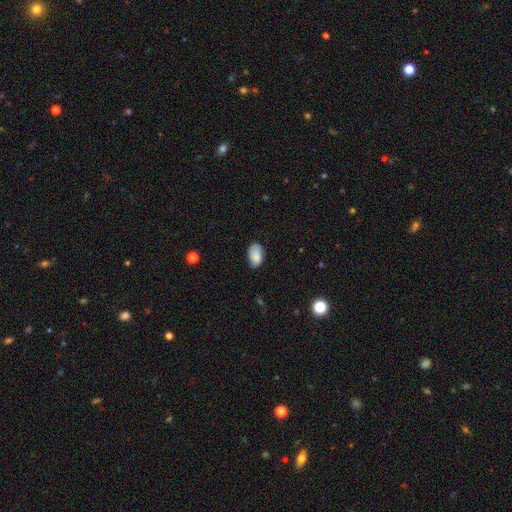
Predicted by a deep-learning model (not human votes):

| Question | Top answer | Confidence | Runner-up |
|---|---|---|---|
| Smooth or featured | smooth | 82% | featured or disk (11%) |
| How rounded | in between | 92% | round (6%) |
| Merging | none | 70% | minor disturbance (24%) |